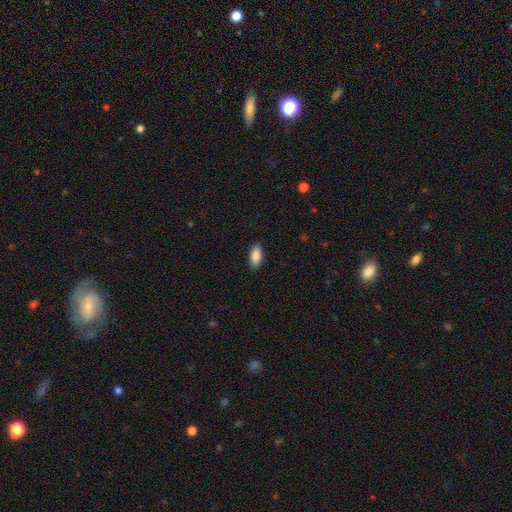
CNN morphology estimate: The model was most divided on "merging": none: 89%, minor disturbance: 8%, major disturbance: 2%, merger: 1%. More confident: how rounded — in between (90%); smooth or featured — smooth (89%).